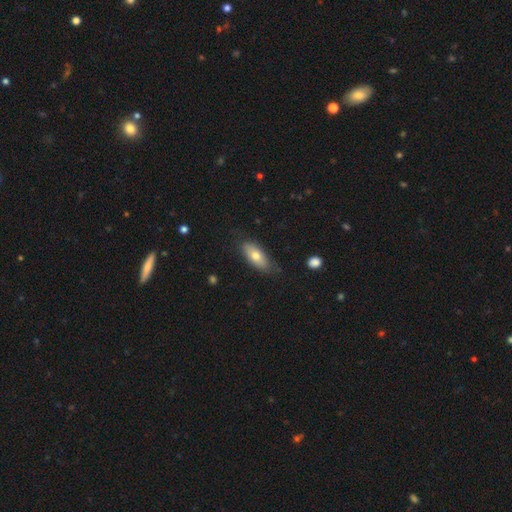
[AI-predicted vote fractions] Overall: smooth (69%). How rounded: in between (81%). Merging: none (76%).